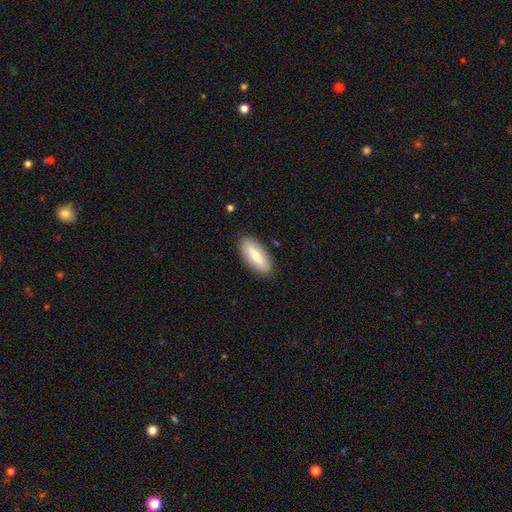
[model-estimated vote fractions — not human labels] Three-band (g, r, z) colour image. It shows a smooth galaxy with no disk features (72%) that is in between round and cigar-shaped (78%). Merging: none (88%).